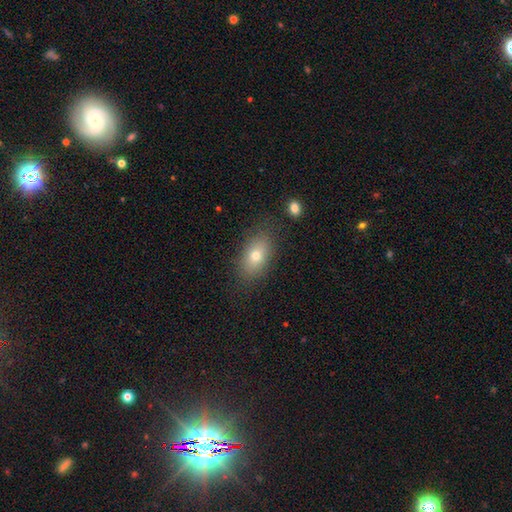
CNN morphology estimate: type=smooth (73%); roundness=in between (86%); merging=none (81%).